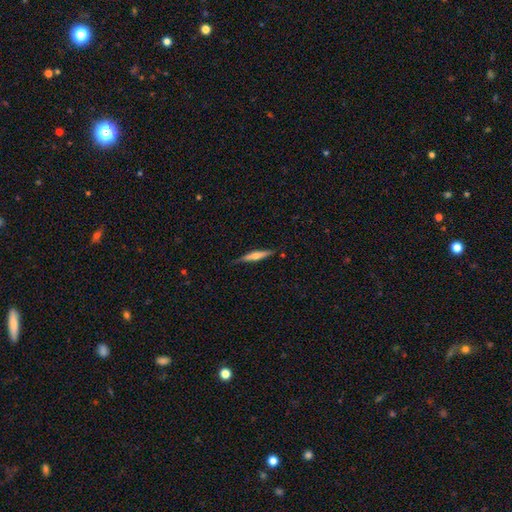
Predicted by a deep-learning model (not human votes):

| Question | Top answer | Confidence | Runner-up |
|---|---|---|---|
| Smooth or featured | featured or disk | 55% | smooth (40%) |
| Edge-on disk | yes | 96% | no (4%) |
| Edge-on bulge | rounded | 82% | none (11%) |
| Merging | none | 84% | minor disturbance (12%) |